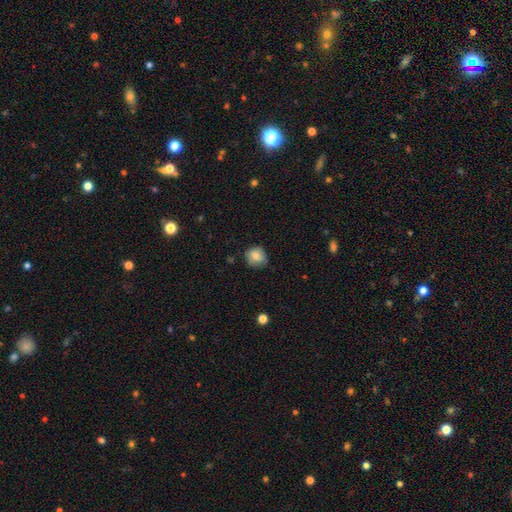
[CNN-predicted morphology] Smooth or featured? Predicted: smooth (p=0.82). How rounded? Predicted: round (p=0.80). Merging? Predicted: none (p=0.70).